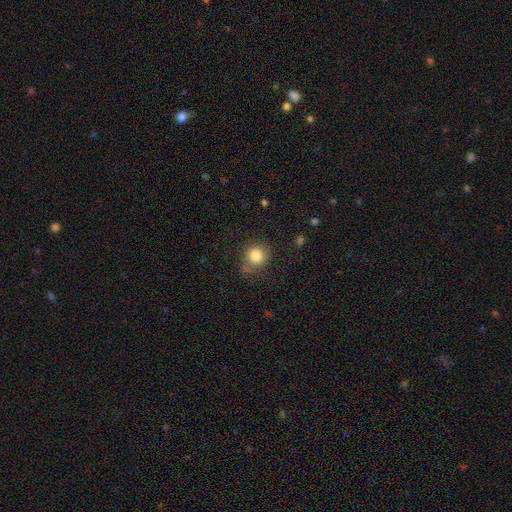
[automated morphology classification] Smooth or featured? Predicted: smooth (p=0.83). How rounded? Predicted: round (p=0.86). Merging? Predicted: none (p=0.64).